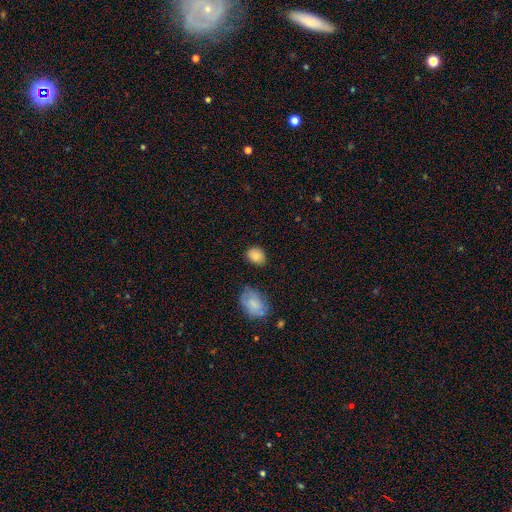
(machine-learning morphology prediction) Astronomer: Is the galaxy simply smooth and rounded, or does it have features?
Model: smooth — 86%.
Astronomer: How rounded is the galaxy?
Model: in between — 62% (runner-up: round, 37%).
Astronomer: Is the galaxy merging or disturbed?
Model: none — 81%.